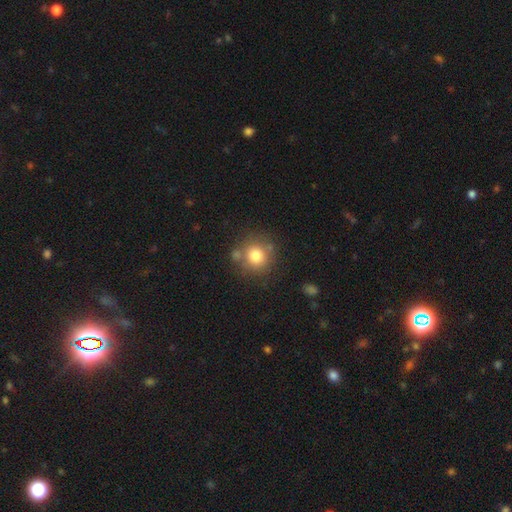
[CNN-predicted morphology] Smooth or featured? smooth (78%)
How rounded? round (90%)
Merging? none (72%)